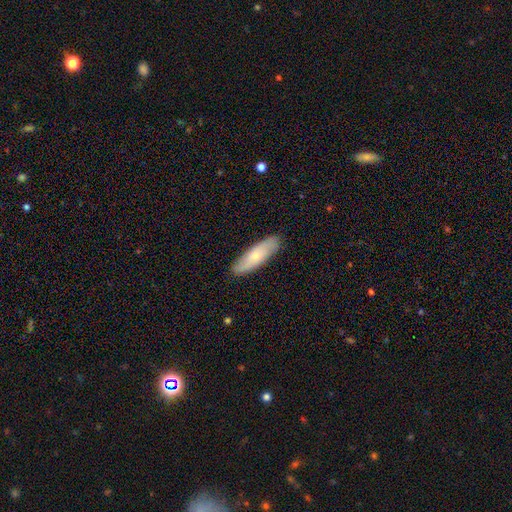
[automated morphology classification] smooth_or_featured: smooth (p=0.62) [alt: featured or disk p=0.32]
how_rounded: cigar-shaped (p=0.54) [alt: in between p=0.44]
merging: none (p=0.87) [alt: minor disturbance p=0.10]